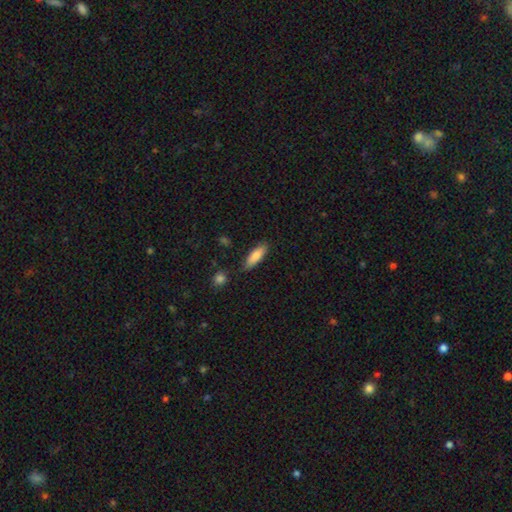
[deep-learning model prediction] Smooth or featured: smooth — 84% (featured or disk — 10%)
How rounded: in between — 52% (cigar-shaped — 47%)
Merging: none — 82% (minor disturbance — 12%)